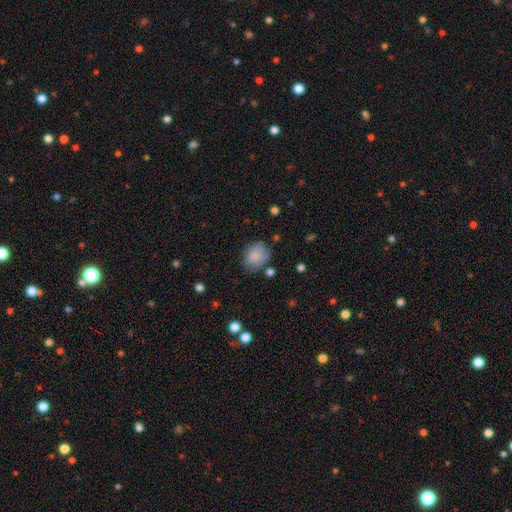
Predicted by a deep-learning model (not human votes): Smooth or featured: smooth — 83% (featured or disk — 9%)
How rounded: round — 55% (in between — 44%)
Merging: none — 65% (minor disturbance — 24%)